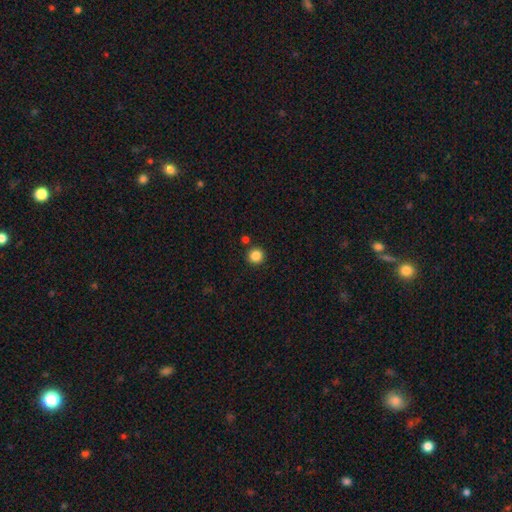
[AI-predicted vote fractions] smooth 85%, star or artifact 11%, featured or disk 4%. Down the decision tree: how rounded — round (95%); merging — none (89%).